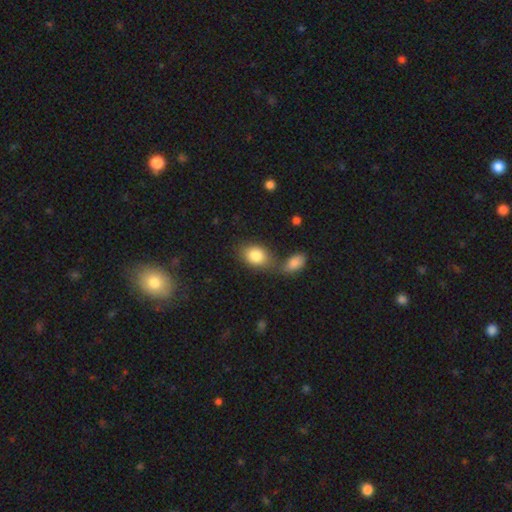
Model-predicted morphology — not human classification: The model was most divided on "merging": none: 49%, merger: 32%, minor disturbance: 14%, major disturbance: 5%. More confident: smooth or featured — smooth (84%); how rounded — in between (79%).